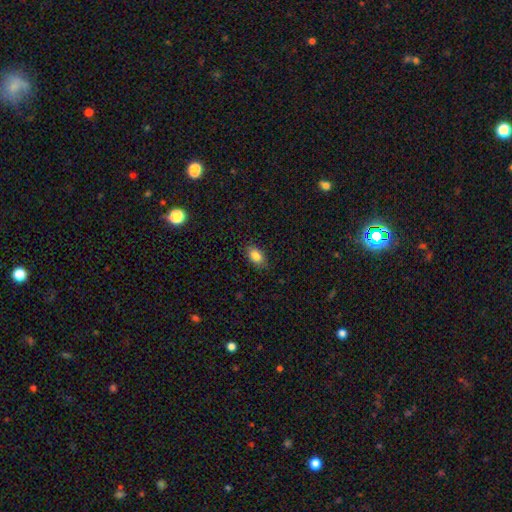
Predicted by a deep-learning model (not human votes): This is clearly a smooth galaxy (84%). How rounded: clearly in between (88%). Merging: clearly none (86%).